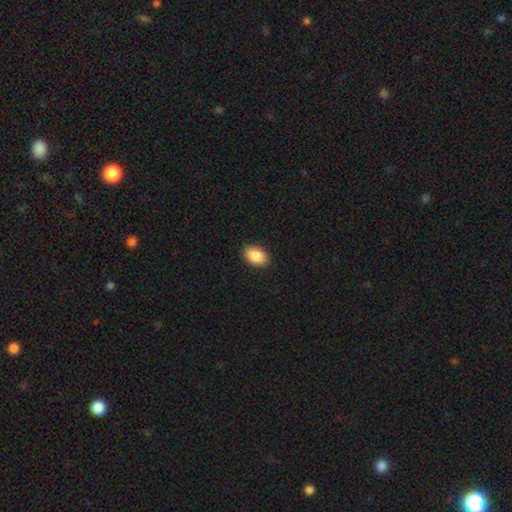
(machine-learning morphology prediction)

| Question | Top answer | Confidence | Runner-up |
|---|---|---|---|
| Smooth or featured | smooth | 88% | star or artifact (7%) |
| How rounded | in between | 87% | round (12%) |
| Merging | none | 89% | minor disturbance (8%) |